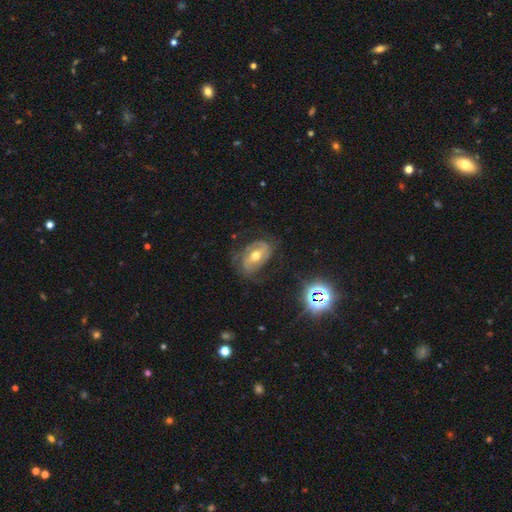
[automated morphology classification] This appears to be a featured or disk galaxy (76%) with a weak bar (38%), 2 (58%) medium (42%) spiral arms (85%) and a moderate central bulge (76%). Merging: none (60%).